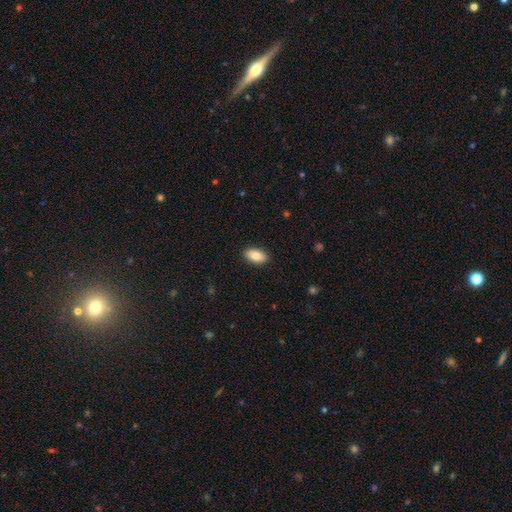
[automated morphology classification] Smooth or featured: smooth — 87% (star or artifact — 7%)
How rounded: in between — 93% (cigar-shaped — 4%)
Merging: none — 89% (minor disturbance — 8%)